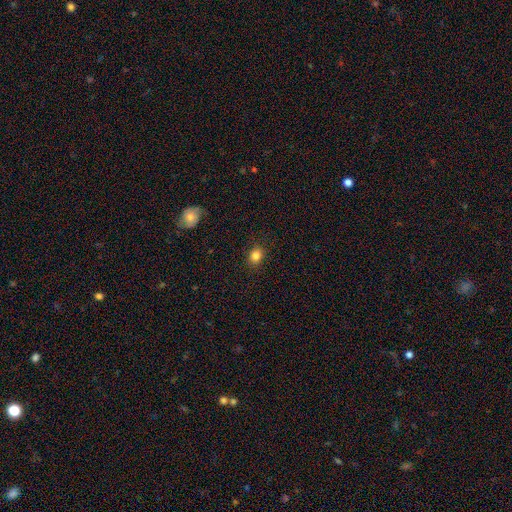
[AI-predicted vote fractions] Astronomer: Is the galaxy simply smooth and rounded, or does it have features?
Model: smooth — 83%.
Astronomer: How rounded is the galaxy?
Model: round — 58% (runner-up: in between, 41%).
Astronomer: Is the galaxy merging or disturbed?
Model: none — 88%.